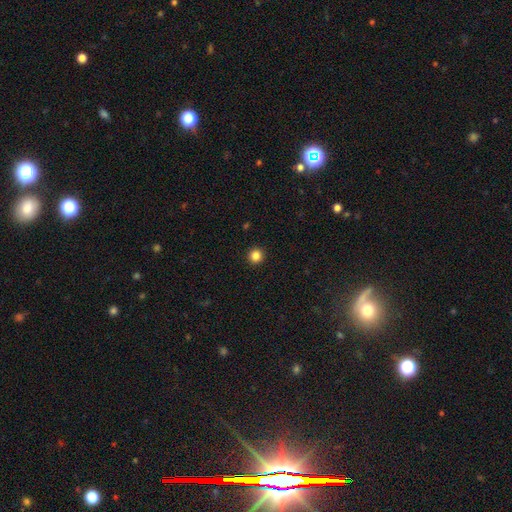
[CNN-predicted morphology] Smooth or featured?
  - smooth: 85% *
  - star or artifact: 11%
  - featured or disk: 4%
How rounded?
  - round: 95% *
  - in between: 4%
  - cigar-shaped: 1%
Merging?
  - none: 94% *
  - minor disturbance: 4%
  - major disturbance: 1%
  - merger: 1%